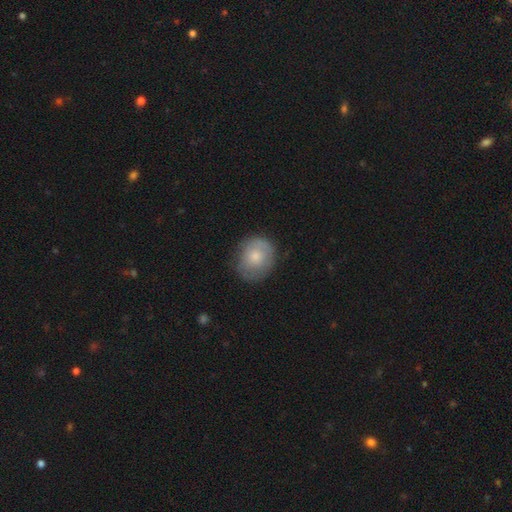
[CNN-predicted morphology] Q: Smooth or featured?
A: smooth (64%); runner-up: featured or disk (29%)
Q: How rounded?
A: round (71%); runner-up: in between (28%)
Q: Merging?
A: none (73%); runner-up: minor disturbance (20%)